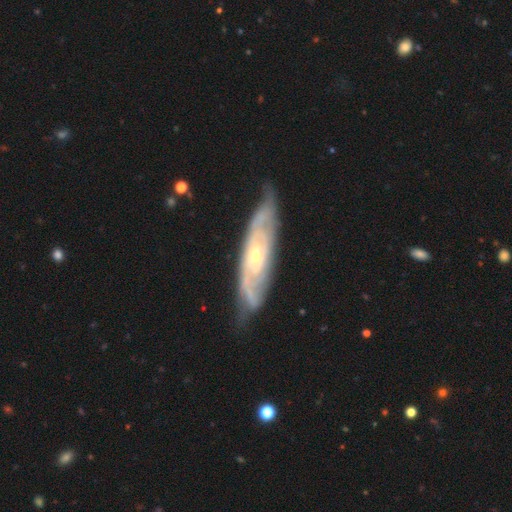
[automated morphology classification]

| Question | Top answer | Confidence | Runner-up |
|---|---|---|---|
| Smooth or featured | featured or disk | 82% | smooth (13%) |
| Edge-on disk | no | 75% | yes (25%) |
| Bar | no | 64% | weak (29%) |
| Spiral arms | yes | 91% | no (9%) |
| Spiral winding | tight | 63% | medium (30%) |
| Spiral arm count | can't tell | 46% | 2 (32%) |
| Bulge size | small | 60% | moderate (37%) |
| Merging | none | 74% | minor disturbance (20%) |